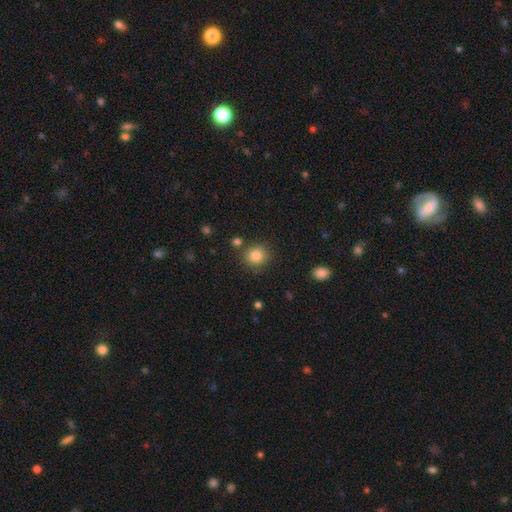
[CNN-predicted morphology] Smooth or featured: smooth — 83% (star or artifact — 11%)
How rounded: round — 88% (in between — 11%)
Merging: none — 82% (minor disturbance — 9%)